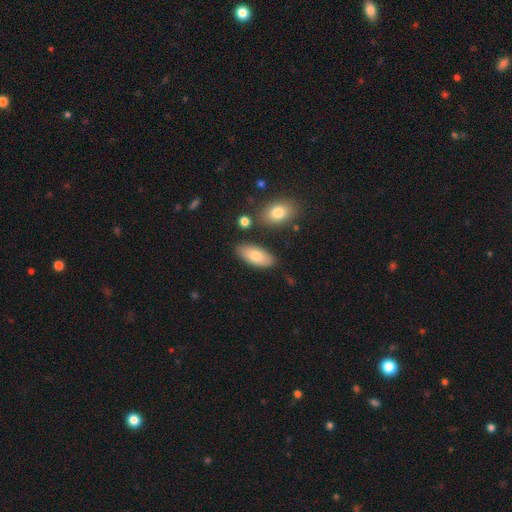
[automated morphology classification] This is likely a smooth galaxy (77%). How rounded: clearly in between (88%). Merging: clearly none (80%).